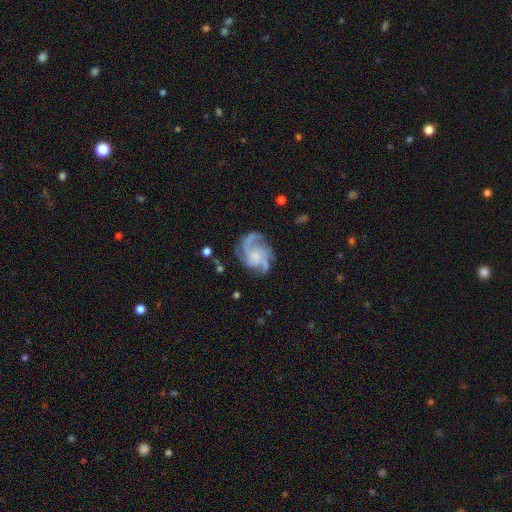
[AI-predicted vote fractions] smooth_or_featured: featured or disk (p=0.86) [alt: smooth p=0.08]
disk_edge_on: no (p=0.98) [alt: yes p=0.02]
bar: no (p=0.72) [alt: weak p=0.24]
has_spiral_arms: yes (p=0.97) [alt: no p=0.03]
spiral_winding: medium (p=0.49) [alt: tight p=0.36]
spiral_arm_count: 3 (p=0.42) [alt: 4 p=0.21]
bulge_size: small (p=0.49) [alt: moderate p=0.29]
merging: none (p=0.70) [alt: minor disturbance p=0.18]